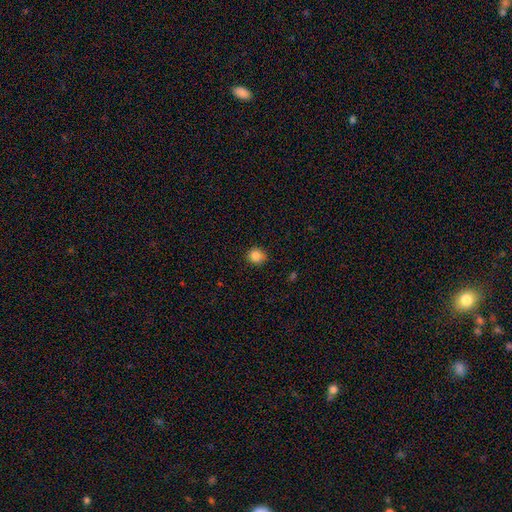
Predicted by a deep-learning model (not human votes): Smooth or featured: smooth — 85% (star or artifact — 11%)
How rounded: round — 89% (in between — 10%)
Merging: none — 89% (minor disturbance — 8%)